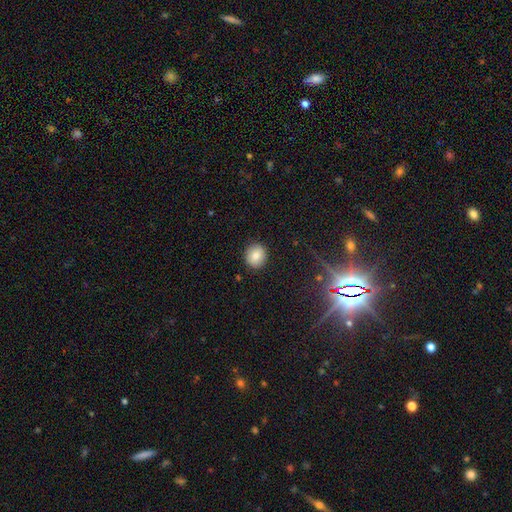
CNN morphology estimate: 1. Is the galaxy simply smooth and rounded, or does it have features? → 83% smooth, 10% star or artifact, 8% featured or disk.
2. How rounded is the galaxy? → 84% round, 15% in between, 1% cigar-shaped.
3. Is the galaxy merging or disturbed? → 90% none, 7% minor disturbance, 2% major disturbance, 1% merger.